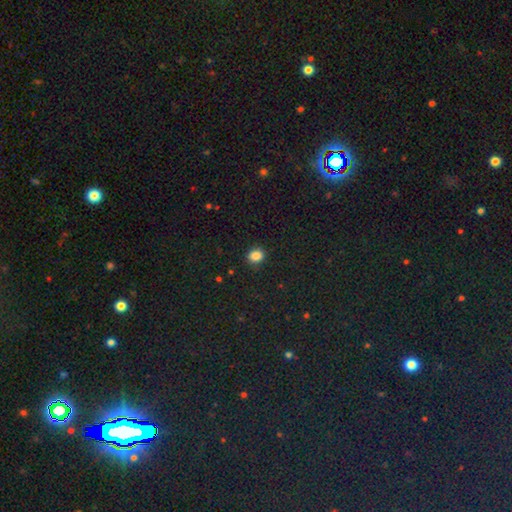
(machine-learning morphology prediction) A smooth galaxy with no disk features (86%) that is round (62%).

Vote fractions:
- Smooth or featured? smooth: 86% / star or artifact: 11% / featured or disk: 3%
- How rounded? round: 62% / in between: 37% / cigar-shaped: 1%
- Merging? none: 87% / minor disturbance: 9% / major disturbance: 2% / merger: 1%